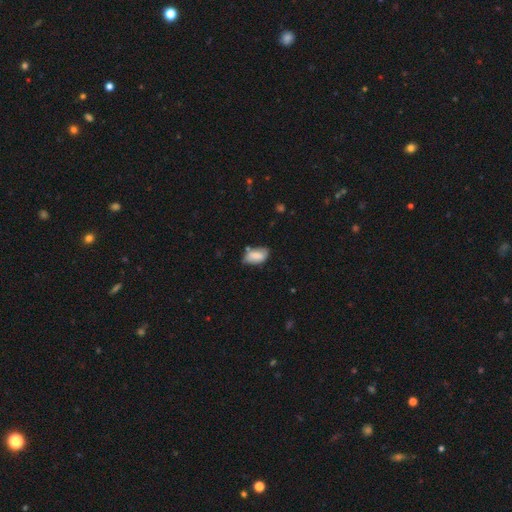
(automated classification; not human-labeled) Morphology: type=smooth (78%); roundness=in between (92%); merging=none (55%).